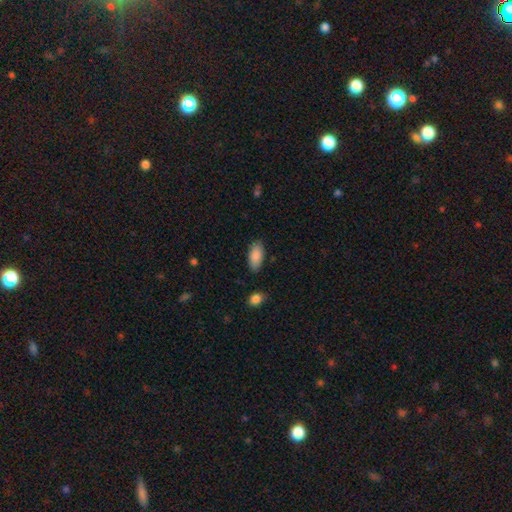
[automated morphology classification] Overall: smooth (88%). How rounded: in between (91%). Merging: none (85%).